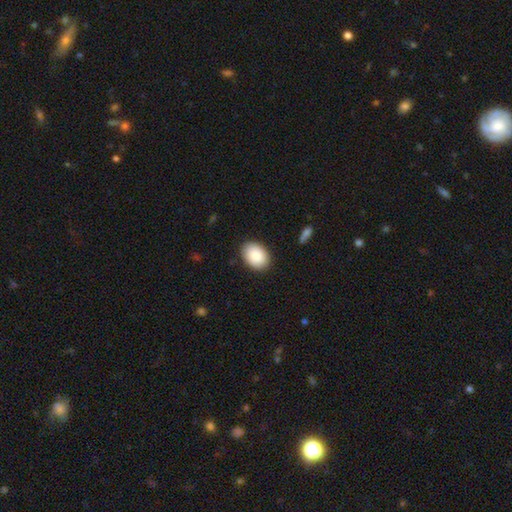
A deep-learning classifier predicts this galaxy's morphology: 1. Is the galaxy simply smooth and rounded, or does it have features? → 88% smooth, 6% star or artifact, 6% featured or disk.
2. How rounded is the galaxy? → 81% in between, 18% round, 1% cigar-shaped.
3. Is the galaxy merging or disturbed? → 88% none, 9% minor disturbance, 2% major disturbance, 1% merger.